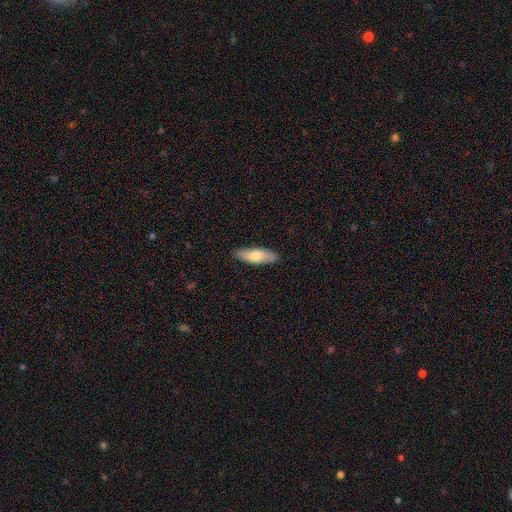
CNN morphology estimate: Smooth or featured: smooth — 74% (featured or disk — 21%)
How rounded: in between — 57% (cigar-shaped — 41%)
Merging: none — 87% (minor disturbance — 10%)